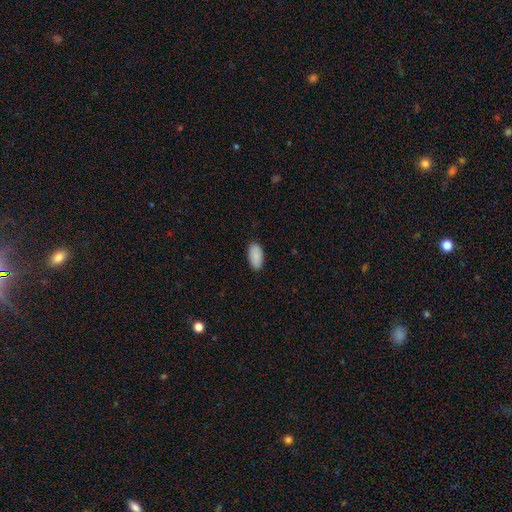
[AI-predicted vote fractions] Morphology: type=smooth (90%); roundness=in between (95%); merging=none (88%).